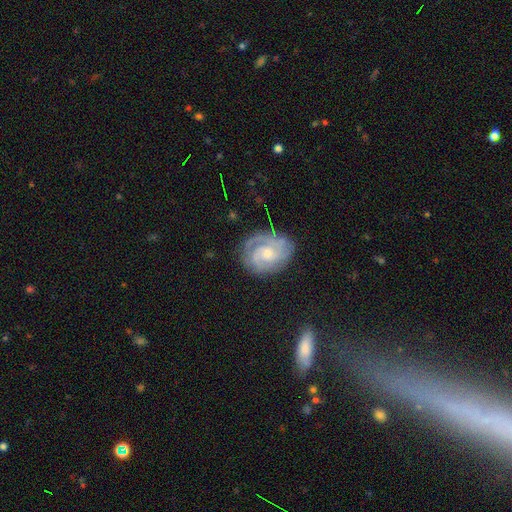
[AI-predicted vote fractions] Smooth or featured?
  - featured or disk: 85% *
  - smooth: 9%
  - star or artifact: 6%
Edge-on disk?
  - no: 98% *
  - yes: 2%
Bar?
  - no: 69% *
  - weak: 27%
  - strong: 4%
Spiral arms?
  - yes: 97% *
  - no: 3%
Spiral winding?
  - tight: 65% *
  - medium: 30%
  - loose: 6%
Spiral arm count?
  - 3: 31% *
  - 2: 30%
  - can't tell: 20%
  - 4: 8%
  - 1: 6%
  - more than 4: 5%
Bulge size?
  - small: 64% *
  - moderate: 31%
  - none: 3%
  - large: 2%
  - dominant: 1%
Merging?
  - none: 74% *
  - minor disturbance: 18%
  - major disturbance: 7%
  - merger: 2%